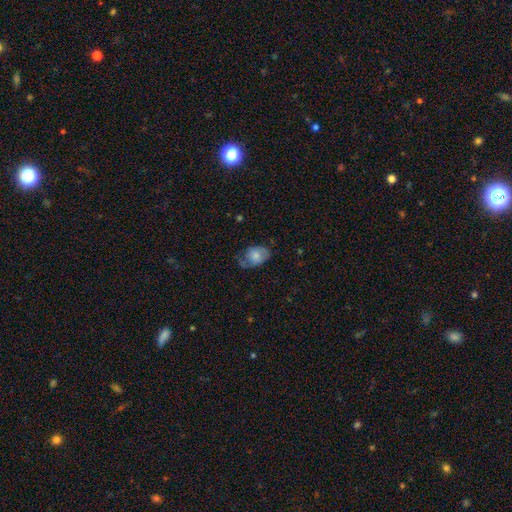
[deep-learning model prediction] This appears to be a smooth galaxy with no disk features (59%) that is in between round and cigar-shaped (79%). Merging: none (47%).